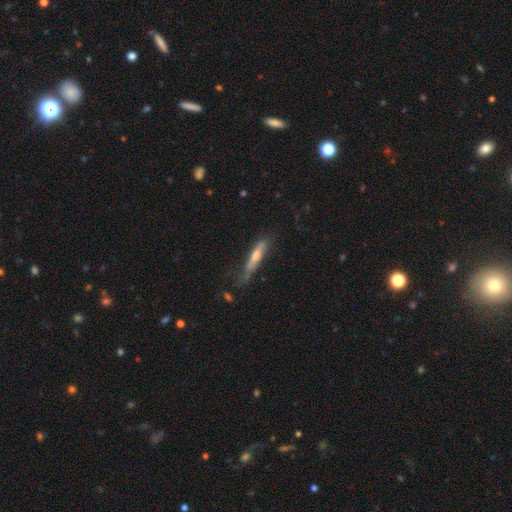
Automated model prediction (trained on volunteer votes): featured or disk 48%, smooth 45%, star or artifact 7%. Down the decision tree: merging — none (58%).